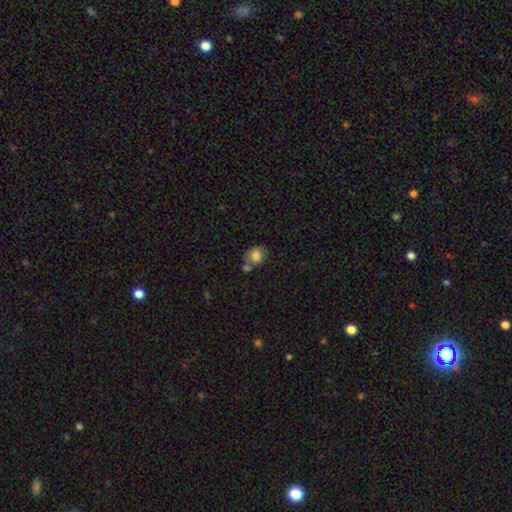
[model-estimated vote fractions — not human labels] Smooth or featured? smooth (80%)
How rounded? in between (54%)
Merging? none (44%)